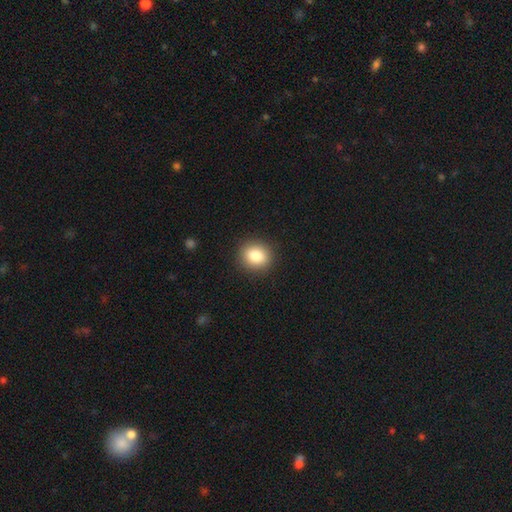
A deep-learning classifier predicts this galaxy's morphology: Smooth or featured? smooth (83%)
How rounded? round (75%)
Merging? none (91%)